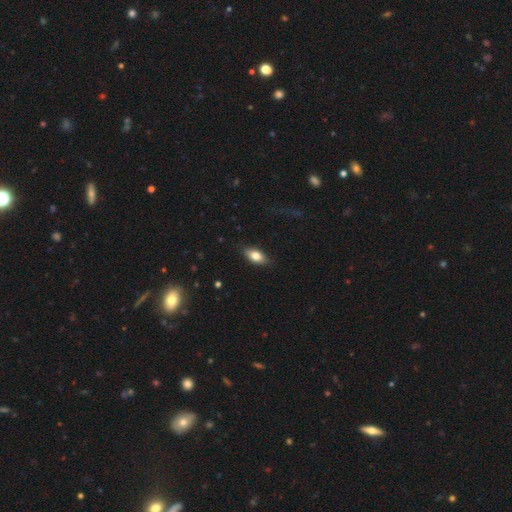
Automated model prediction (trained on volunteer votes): A smooth galaxy with no disk features (76%) that is in between round and cigar-shaped (87%). Merging: none (84%).